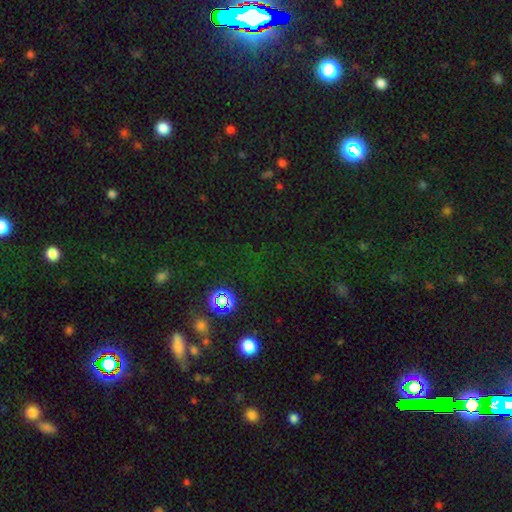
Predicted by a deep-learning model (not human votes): This is likely a star or artifact rather than a galaxy (68%).